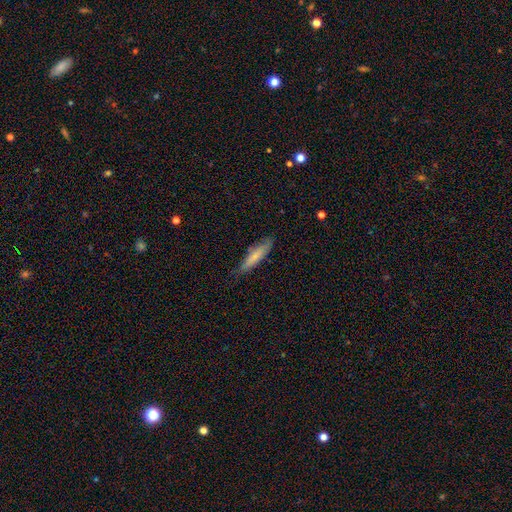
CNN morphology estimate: Q: Smooth or featured?
A: smooth (73%); runner-up: featured or disk (21%)
Q: How rounded?
A: cigar-shaped (80%); runner-up: in between (18%)
Q: Merging?
A: none (76%); runner-up: minor disturbance (19%)